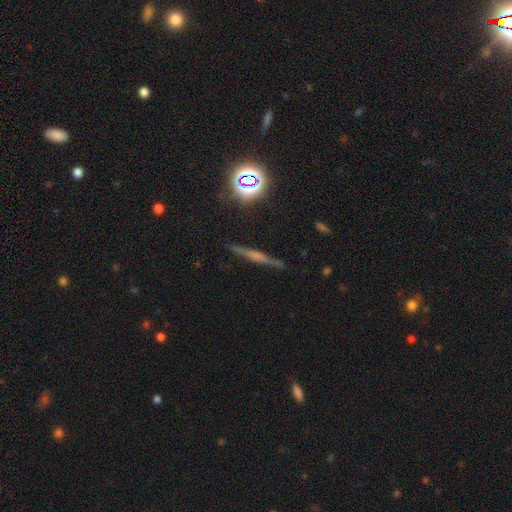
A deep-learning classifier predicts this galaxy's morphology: The model was most divided on "edge-on bulge": rounded: 49%, none: 32%, boxy: 19%. More confident: edge-on disk — yes (95%); merging — none (89%); smooth or featured — featured or disk (58%).